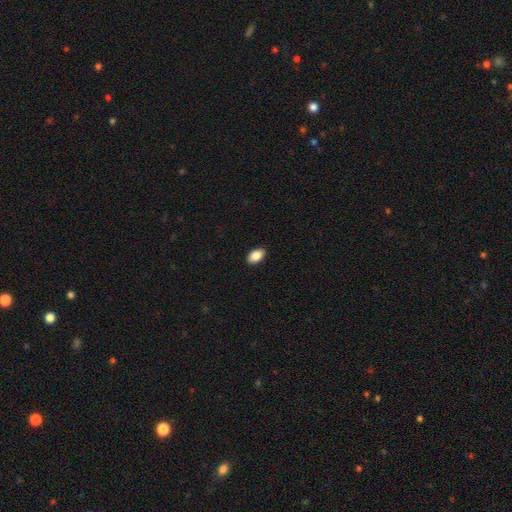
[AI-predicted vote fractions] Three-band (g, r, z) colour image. It shows a smooth galaxy with no disk features (88%) that is in between round and cigar-shaped (92%). Merging: none (90%).